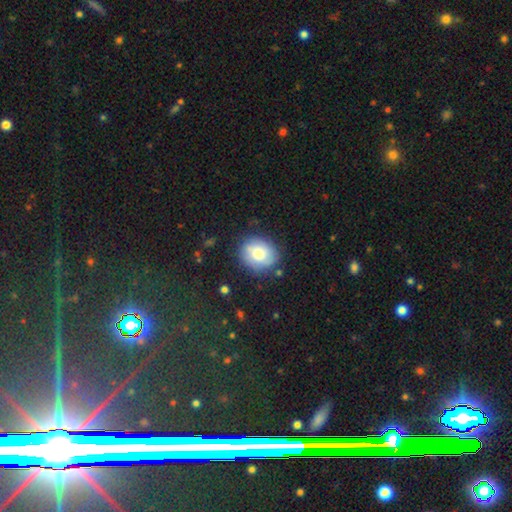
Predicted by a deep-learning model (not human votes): Overall: smooth (74%). How rounded: round (62%; in between 37%). Merging: none (78%).